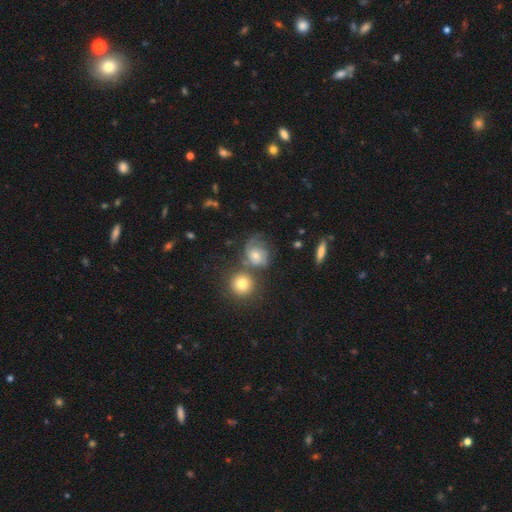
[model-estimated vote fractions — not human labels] Q: Smooth or featured?
A: featured or disk (59%); runner-up: smooth (30%)
Q: Edge-on disk?
A: no (97%); runner-up: yes (3%)
Q: Bar?
A: no (74%); runner-up: weak (22%)
Q: Spiral arms?
A: yes (87%); runner-up: no (13%)
Q: Bulge size?
A: moderate (58%); runner-up: small (34%)
Q: Merging?
A: none (48%); runner-up: minor disturbance (21%)